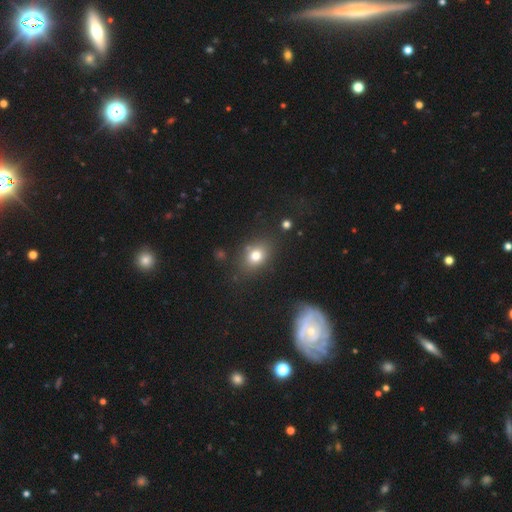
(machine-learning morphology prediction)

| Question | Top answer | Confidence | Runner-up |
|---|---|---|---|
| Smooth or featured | smooth | 77% | star or artifact (13%) |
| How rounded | in between | 61% | round (38%) |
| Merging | none | 78% | minor disturbance (13%) |